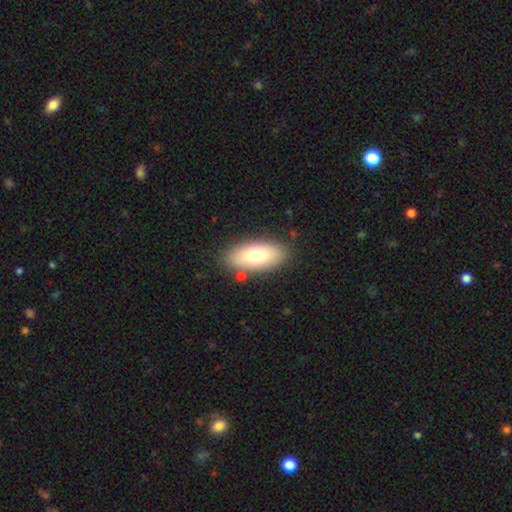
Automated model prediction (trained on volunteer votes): The model was most divided on "smooth or featured": smooth: 77%, featured or disk: 16%, star or artifact: 7%. More confident: how rounded — in between (88%); merging — none (81%).